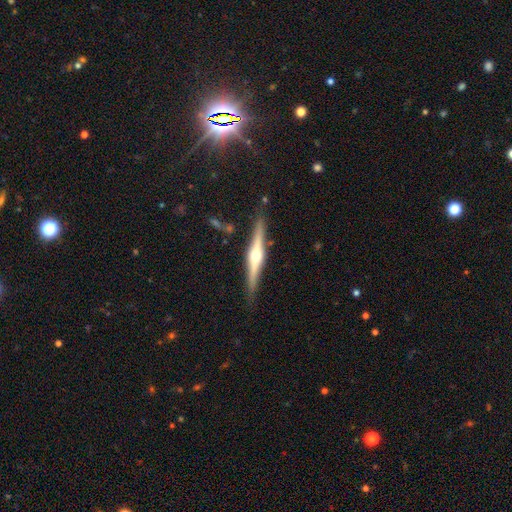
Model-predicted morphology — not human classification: This is likely a featured or disk galaxy (76%). It is clearly viewed edge-on (98%). Edge-on bulge: clearly rounded (91%). Merging: clearly none (87%).